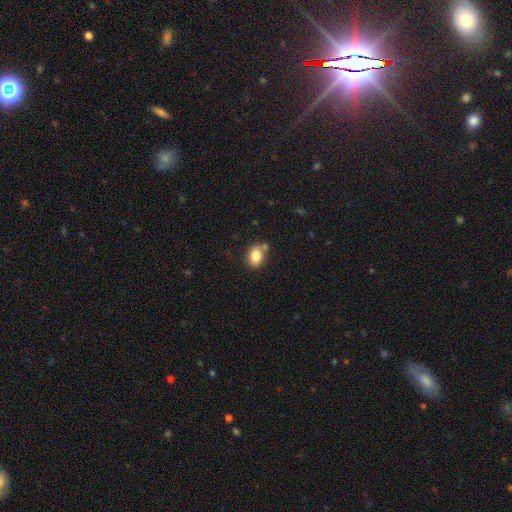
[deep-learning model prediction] A smooth galaxy with no disk features (83%) that is in between round and cigar-shaped (70%). Merging: none (67%).